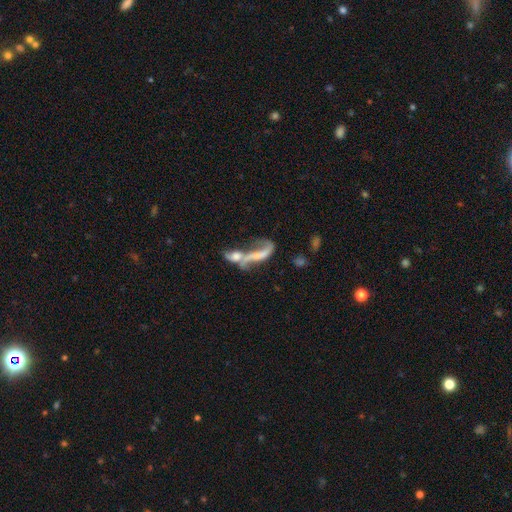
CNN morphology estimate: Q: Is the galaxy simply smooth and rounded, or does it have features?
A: featured or disk — 59%.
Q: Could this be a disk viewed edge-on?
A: no — 83%.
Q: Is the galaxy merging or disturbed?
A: merger — 61%.